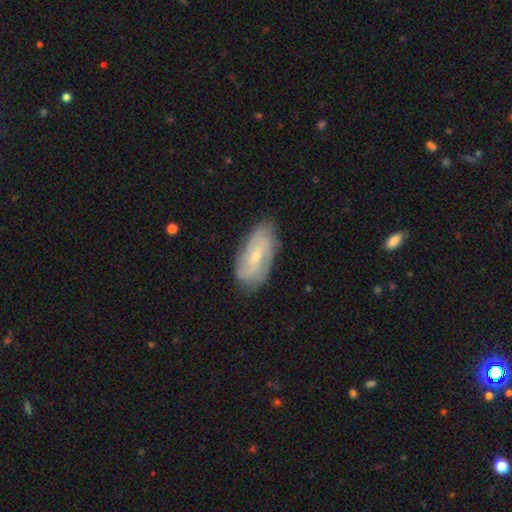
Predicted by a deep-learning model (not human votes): This appears to be a featured or disk galaxy (66%) with no bar (49%), tight (48%) spiral arms (85%) and a small central bulge (68%). Merging: none (76%).